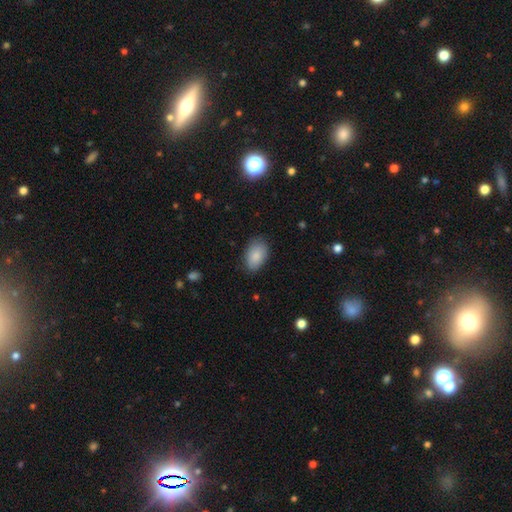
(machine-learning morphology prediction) smooth 86%, featured or disk 8%, star or artifact 7%. Down the decision tree: how rounded — in between (90%); merging — none (81%).